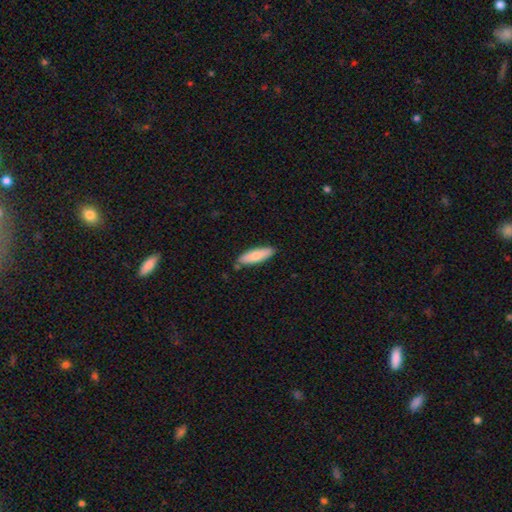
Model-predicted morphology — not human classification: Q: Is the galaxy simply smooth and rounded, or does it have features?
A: smooth — 80%.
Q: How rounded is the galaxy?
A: cigar-shaped — 53%.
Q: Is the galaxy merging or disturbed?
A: none — 83%.